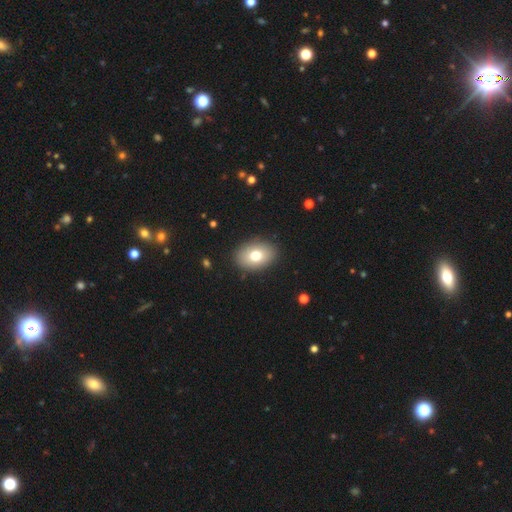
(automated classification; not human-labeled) Smooth or featured: smooth — 75% (featured or disk — 16%)
How rounded: in between — 79% (round — 20%)
Merging: none — 89% (minor disturbance — 8%)